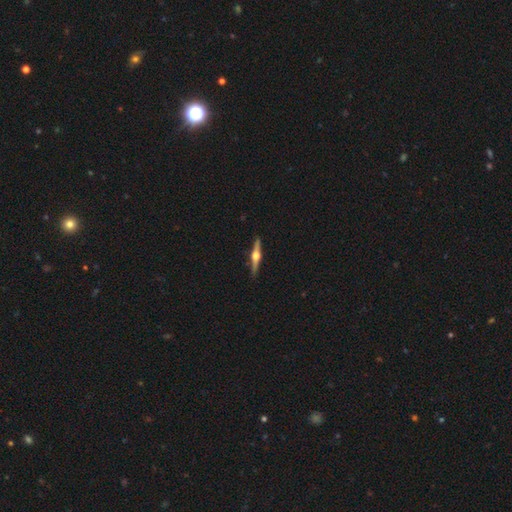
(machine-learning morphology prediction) Smooth or featured: featured or disk — 81% (smooth — 14%)
Edge-on disk: yes — 98% (no — 2%)
Edge-on bulge: rounded — 95% (boxy — 4%)
Merging: none — 91% (minor disturbance — 7%)